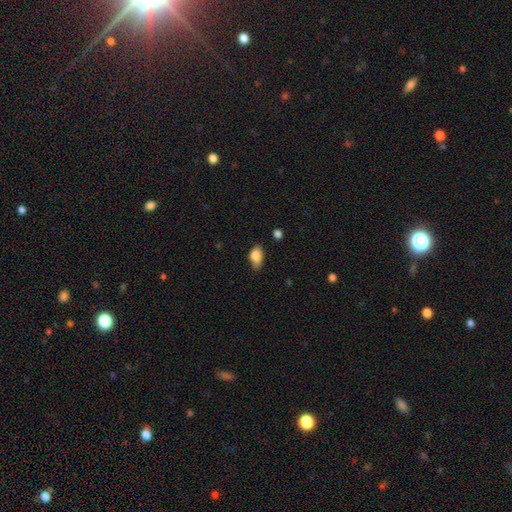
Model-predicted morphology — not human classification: Overall: smooth (85%). How rounded: in between (87%). Merging: none (50%; minor disturbance 39%).